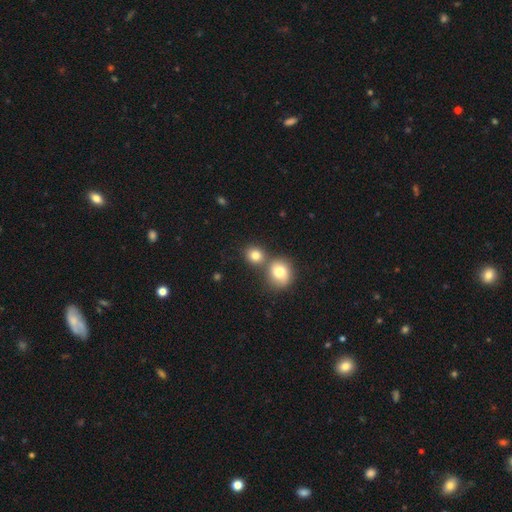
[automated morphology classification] This is likely a smooth galaxy (80%). How rounded: clearly round (81%). Merging: possibly none (55%).